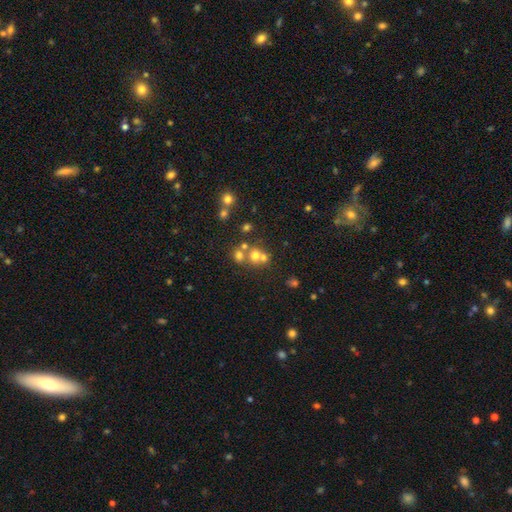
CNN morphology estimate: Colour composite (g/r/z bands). It shows a smooth galaxy with no disk features (59%) that is round (82%). Merging: merger (45%).